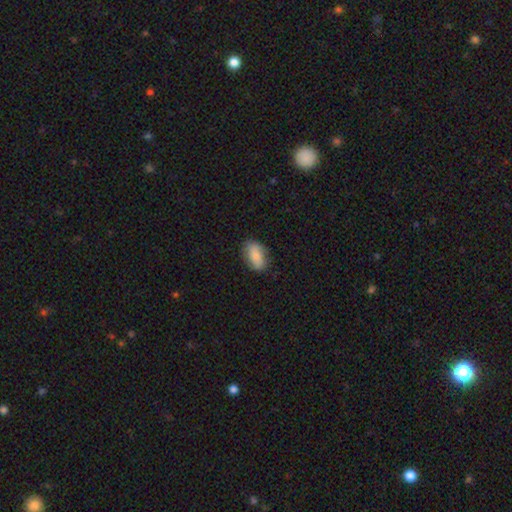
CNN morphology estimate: Smooth or featured? Predicted: smooth (p=0.82). How rounded? Predicted: in between (p=0.89). Merging? Predicted: none (p=0.80).